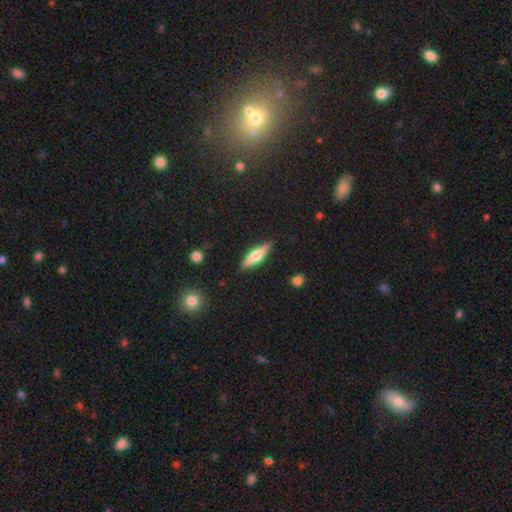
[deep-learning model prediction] smooth-or-featured: smooth: 51% | featured or disk: 43% | star or artifact: 6%
  how-rounded: cigar-shaped: 69% | in between: 28% | round: 2%
  merging: none: 88% | minor disturbance: 9% | major disturbance: 2% | merger: 1%